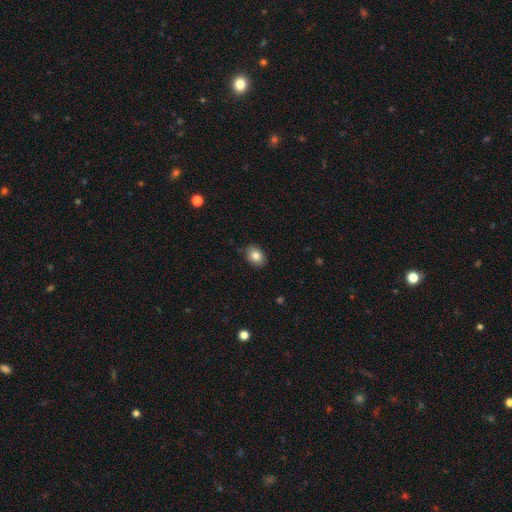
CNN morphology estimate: smooth-or-featured: smooth: 84% | star or artifact: 9% | featured or disk: 7%
  how-rounded: in between: 71% | round: 28% | cigar-shaped: 1%
  merging: none: 86% | minor disturbance: 11% | major disturbance: 2% | merger: 1%